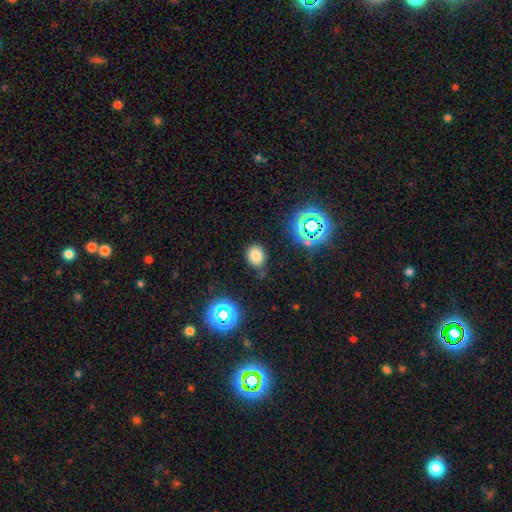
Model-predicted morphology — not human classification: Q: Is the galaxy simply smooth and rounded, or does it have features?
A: smooth — 75%.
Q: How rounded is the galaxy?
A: round — 70%.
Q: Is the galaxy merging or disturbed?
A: none — 66%.